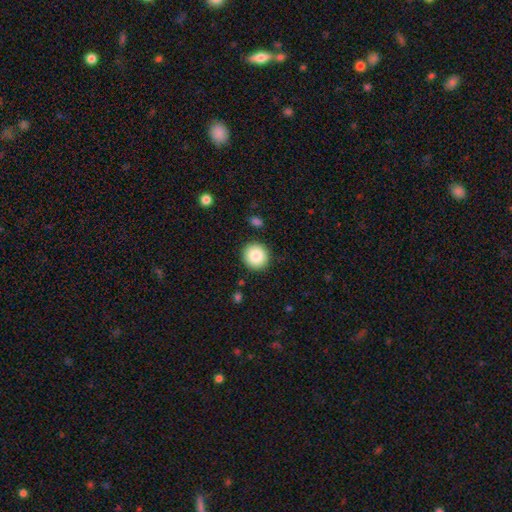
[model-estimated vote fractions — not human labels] A smooth galaxy with no disk features (86%) that is round (94%).

Vote fractions:
- Smooth or featured? smooth: 86% / star or artifact: 8% / featured or disk: 6%
- How rounded? round: 94% / in between: 5% / cigar-shaped: 1%
- Merging? none: 90% / minor disturbance: 6% / major disturbance: 2% / merger: 2%